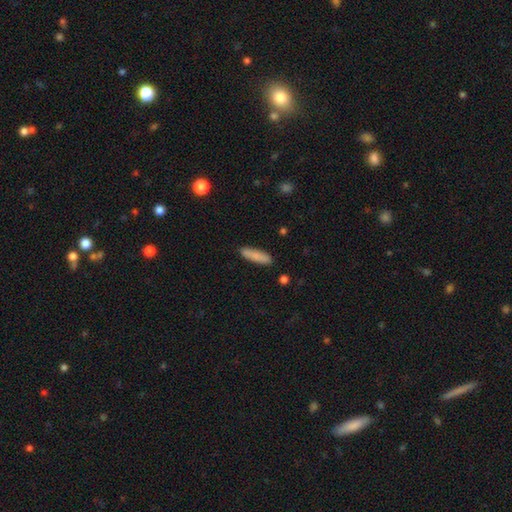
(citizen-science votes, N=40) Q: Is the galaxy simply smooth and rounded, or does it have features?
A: smooth — 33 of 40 (82%).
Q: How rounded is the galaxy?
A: cigar-shaped — 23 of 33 (70%).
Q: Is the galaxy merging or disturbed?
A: none — 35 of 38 (92%).